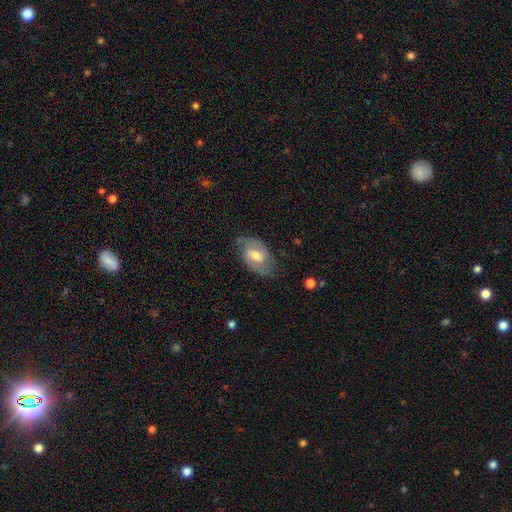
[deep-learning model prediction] Smooth or featured: featured or disk — 73% (smooth — 21%)
Edge-on disk: no — 95% (yes — 5%)
Bar: weak — 52% (no — 33%)
Spiral arms: yes — 90% (no — 10%)
Spiral winding: medium — 49% (tight — 30%)
Spiral arm count: 2 — 87% (can't tell — 8%)
Bulge size: moderate — 66% (small — 21%)
Merging: none — 75% (minor disturbance — 18%)